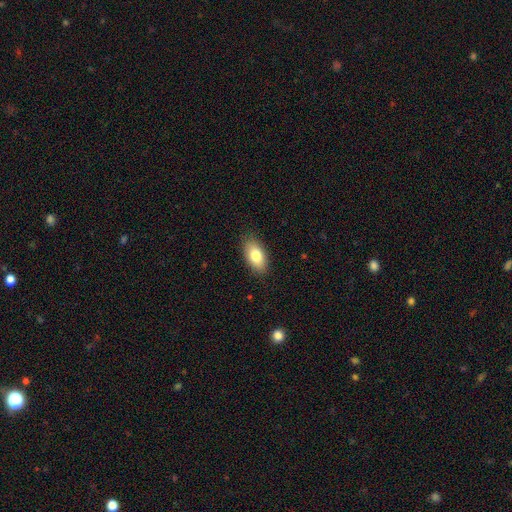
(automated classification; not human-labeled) This appears to be a smooth galaxy with no disk features (81%) that is in between round and cigar-shaped (92%). Merging: none (87%).